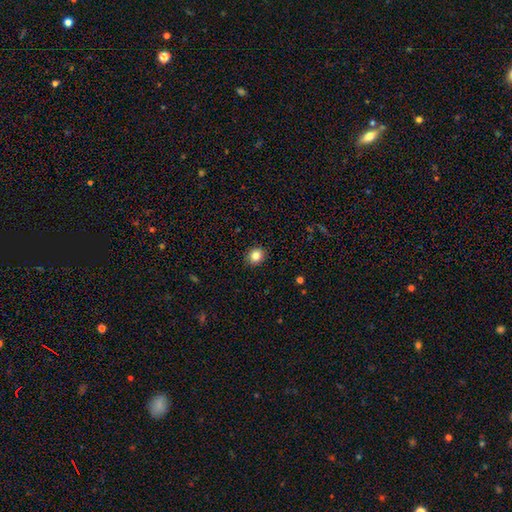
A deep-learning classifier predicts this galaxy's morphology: Smooth or featured?
  - smooth: 85% *
  - star or artifact: 10%
  - featured or disk: 5%
How rounded?
  - round: 77% *
  - in between: 22%
  - cigar-shaped: 1%
Merging?
  - none: 90% *
  - minor disturbance: 7%
  - major disturbance: 2%
  - merger: 1%